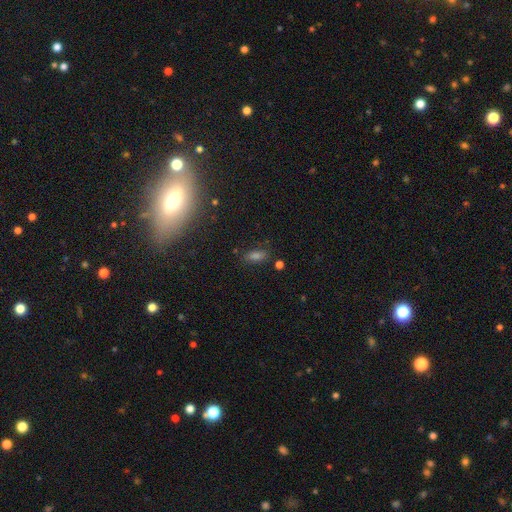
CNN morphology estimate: smooth-or-featured: smooth: 62% | star or artifact: 25% | featured or disk: 13%
  how-rounded: in between: 73% | cigar-shaped: 19% | round: 7%
  merging: none: 78% | minor disturbance: 14% | major disturbance: 5% | merger: 3%